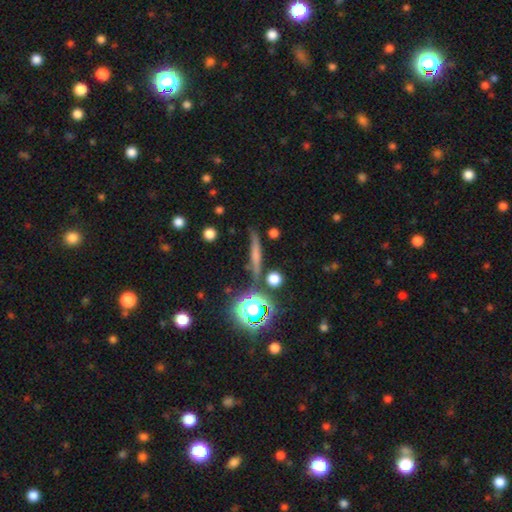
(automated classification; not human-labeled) A smooth galaxy with no disk features (45%).

Vote fractions:
- Smooth or featured? smooth: 45% / featured or disk: 38% / star or artifact: 17%
- Merging? none: 79% / minor disturbance: 12% / merger: 6% / major disturbance: 4%